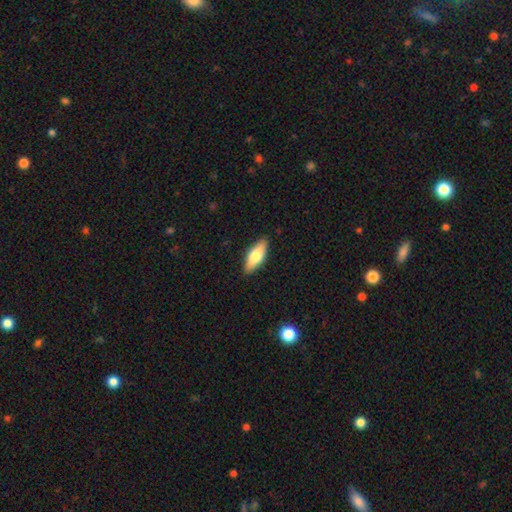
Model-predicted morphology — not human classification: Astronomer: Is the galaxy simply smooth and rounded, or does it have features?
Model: smooth — 69%.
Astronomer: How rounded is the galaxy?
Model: in between — 72%.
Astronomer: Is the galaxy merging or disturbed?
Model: none — 88%.